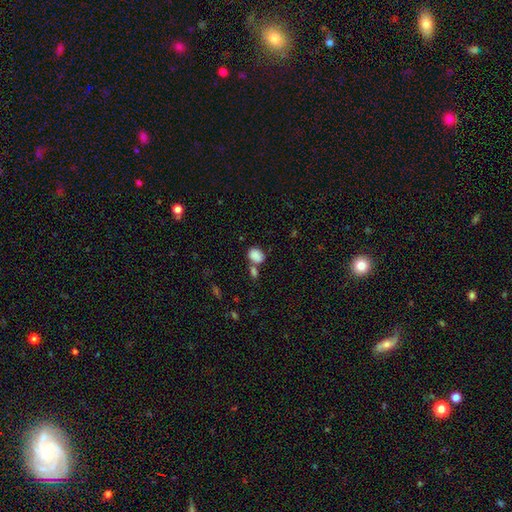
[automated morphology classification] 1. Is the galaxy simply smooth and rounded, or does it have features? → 85% smooth, 9% star or artifact, 6% featured or disk.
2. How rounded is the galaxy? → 71% in between, 28% round, 1% cigar-shaped.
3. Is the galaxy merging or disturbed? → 47% none, 34% merger, 14% minor disturbance, 6% major disturbance.